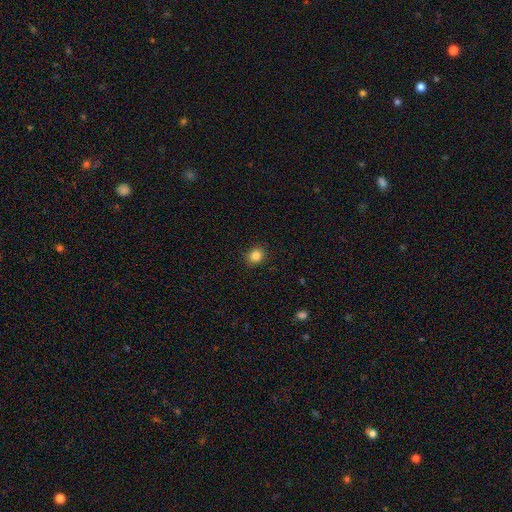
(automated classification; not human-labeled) This is clearly a smooth galaxy (84%). How rounded: likely round (77%). Merging: clearly none (91%).